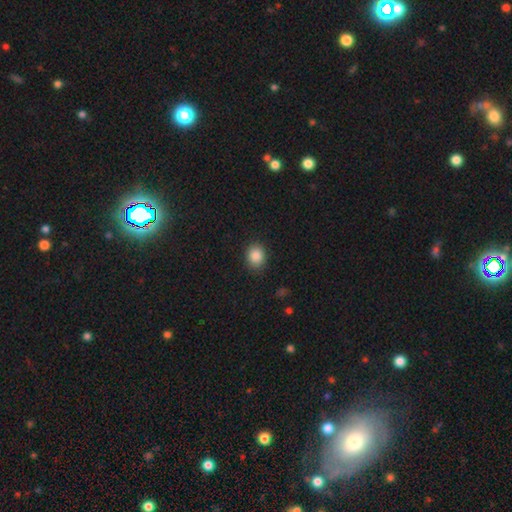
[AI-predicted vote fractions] smooth-or-featured: smooth: 86% | star or artifact: 9% | featured or disk: 4%
  how-rounded: round: 59% | in between: 41% | cigar-shaped: 1%
  merging: none: 88% | minor disturbance: 8% | major disturbance: 2% | merger: 1%